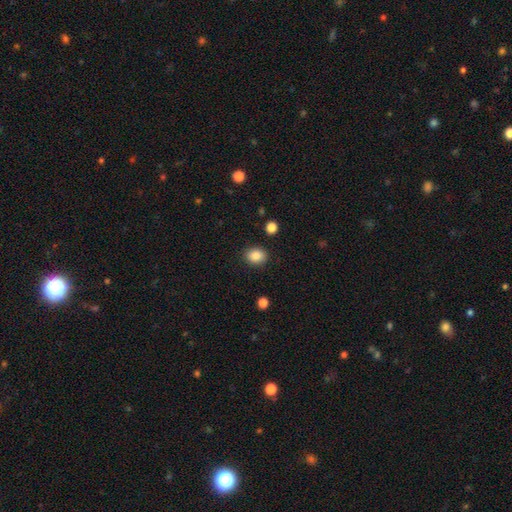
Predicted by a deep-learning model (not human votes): Smooth or featured? smooth (87%)
How rounded? round (54%)
Merging? none (88%)